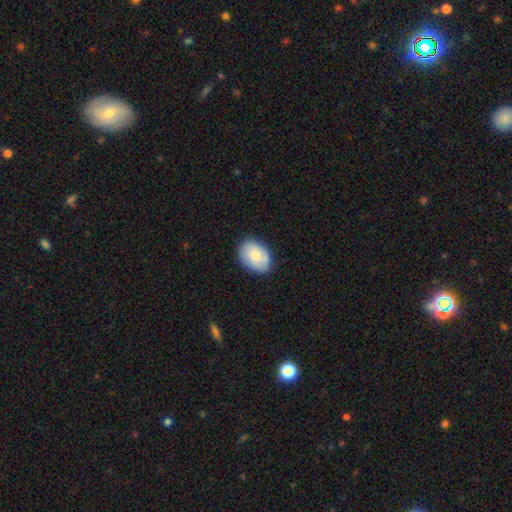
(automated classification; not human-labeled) A smooth galaxy with no disk features (76%) that is in between round and cigar-shaped (83%).

Vote fractions:
- Smooth or featured? smooth: 76% / featured or disk: 18% / star or artifact: 6%
- How rounded? in between: 83% / round: 16% / cigar-shaped: 1%
- Merging? none: 80% / minor disturbance: 16% / major disturbance: 3% / merger: 1%